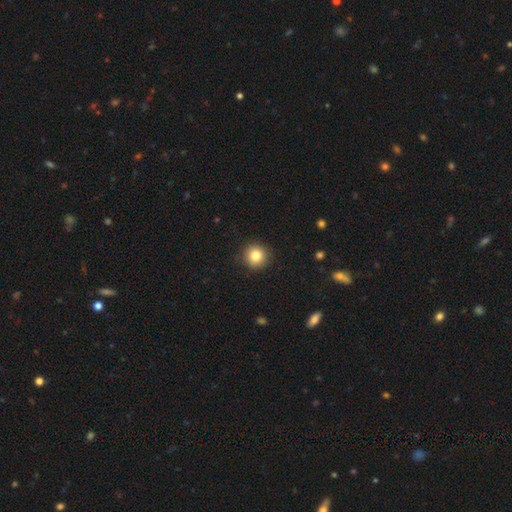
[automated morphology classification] smooth-or-featured: smooth: 83% | star or artifact: 10% | featured or disk: 6%
  how-rounded: round: 93% | in between: 6% | cigar-shaped: 1%
  merging: none: 91% | minor disturbance: 6% | major disturbance: 2% | merger: 1%